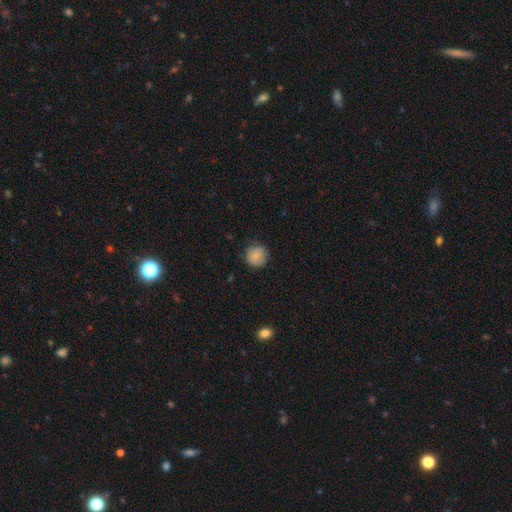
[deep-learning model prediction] The model was most divided on "merging": none: 77%, minor disturbance: 18%, major disturbance: 4%, merger: 1%. More confident: how rounded — round (92%); smooth or featured — smooth (81%).